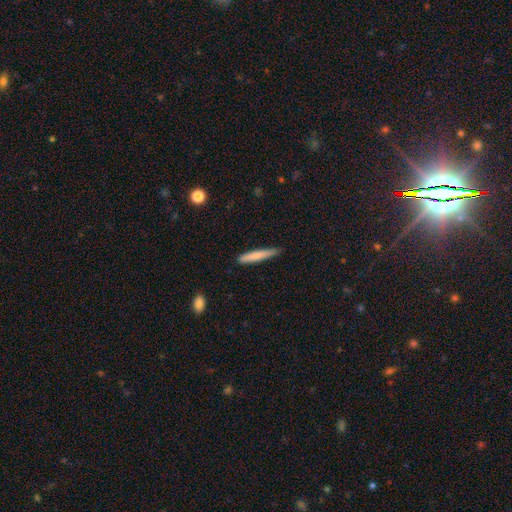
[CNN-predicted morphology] smooth-or-featured: smooth: 76% | featured or disk: 19% | star or artifact: 6%
  how-rounded: cigar-shaped: 93% | in between: 6% | round: 1%
  merging: none: 78% | minor disturbance: 18% | major disturbance: 2% | merger: 1%